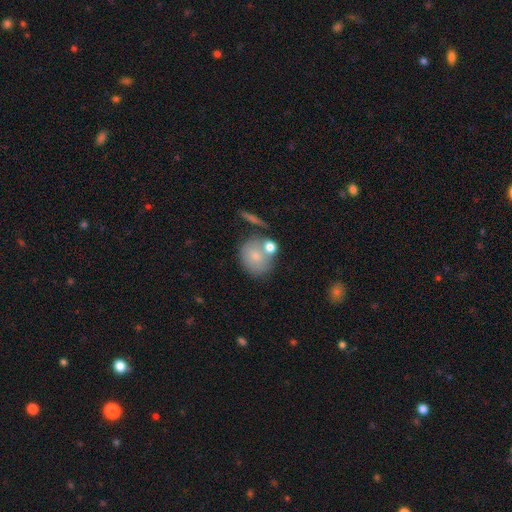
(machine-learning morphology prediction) A smooth galaxy with no disk features (73%) that is round (74%).

Vote fractions:
- Smooth or featured? smooth: 73% / featured or disk: 18% / star or artifact: 8%
- How rounded? round: 74% / in between: 24% / cigar-shaped: 1%
- Merging? none: 49% / merger: 30% / minor disturbance: 14% / major disturbance: 6%